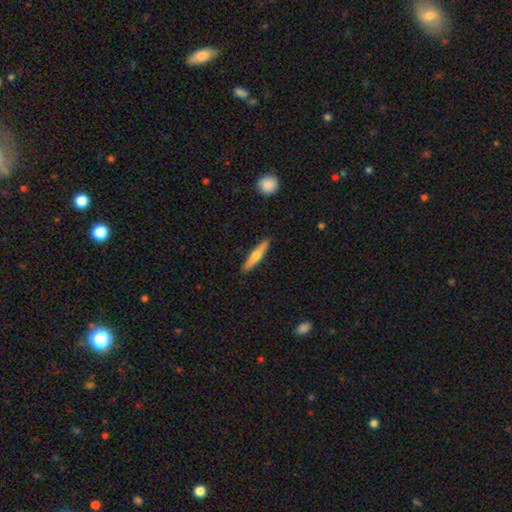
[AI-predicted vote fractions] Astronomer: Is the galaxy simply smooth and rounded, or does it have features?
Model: smooth — 52% (runner-up: featured or disk, 42%).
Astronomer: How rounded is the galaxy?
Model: cigar-shaped — 86%.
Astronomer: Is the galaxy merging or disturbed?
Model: none — 90%.